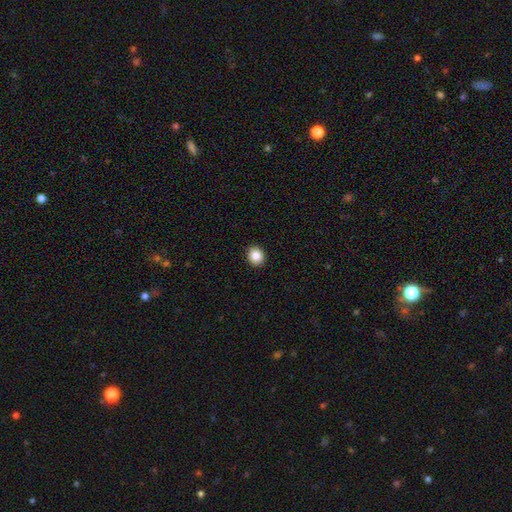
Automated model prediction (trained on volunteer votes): Morphology: type=smooth (85%); roundness=round (77%); merging=none (92%).